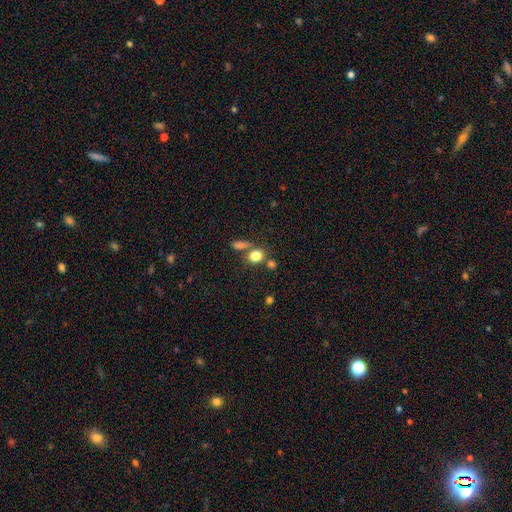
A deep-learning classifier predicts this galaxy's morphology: Smooth or featured? Predicted: smooth (p=0.79). How rounded? Predicted: round (p=0.69). Merging? Predicted: none (p=0.55).